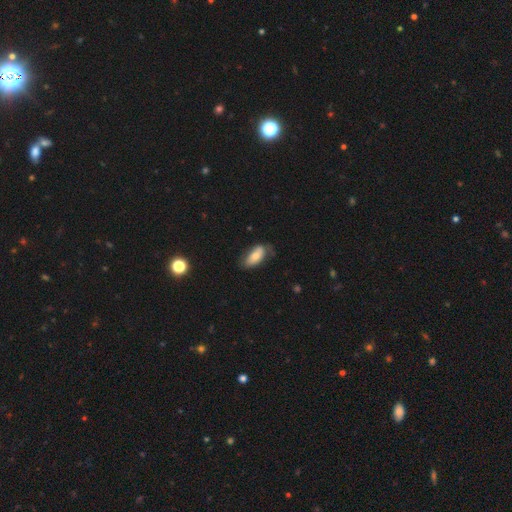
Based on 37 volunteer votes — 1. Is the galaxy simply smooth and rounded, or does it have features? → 76% smooth, 19% featured or disk, 5% star or artifact.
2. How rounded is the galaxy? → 89% in between, 11% cigar-shaped, 0% round.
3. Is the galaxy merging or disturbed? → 63% none, 29% minor disturbance, 6% major disturbance, 3% merger.